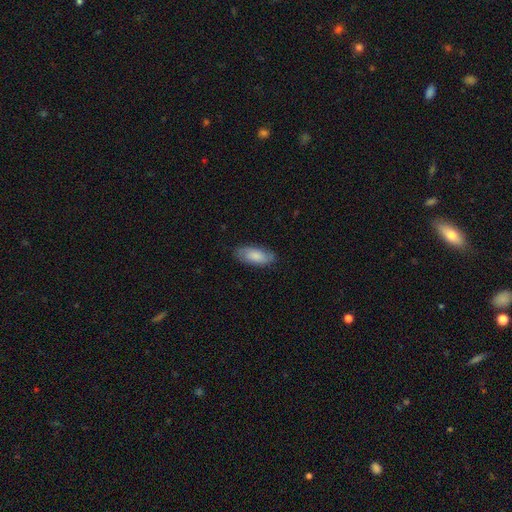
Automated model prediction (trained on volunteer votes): Morphology: type=smooth (80%); roundness=in between (82%); merging=none (80%).